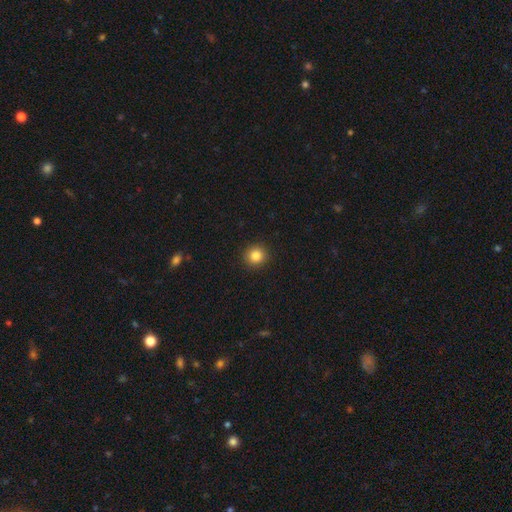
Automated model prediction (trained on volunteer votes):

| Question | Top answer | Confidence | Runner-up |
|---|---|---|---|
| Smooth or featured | smooth | 84% | star or artifact (11%) |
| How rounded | round | 93% | in between (7%) |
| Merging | none | 92% | minor disturbance (5%) |